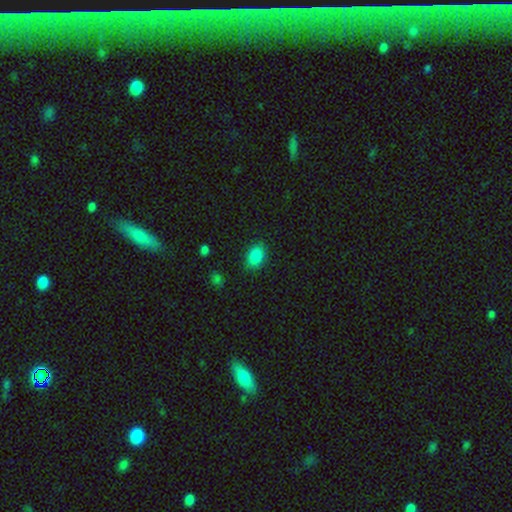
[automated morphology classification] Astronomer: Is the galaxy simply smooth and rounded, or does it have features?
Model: smooth — 87%.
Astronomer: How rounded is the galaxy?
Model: in between — 83%.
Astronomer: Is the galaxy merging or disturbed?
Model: none — 86%.